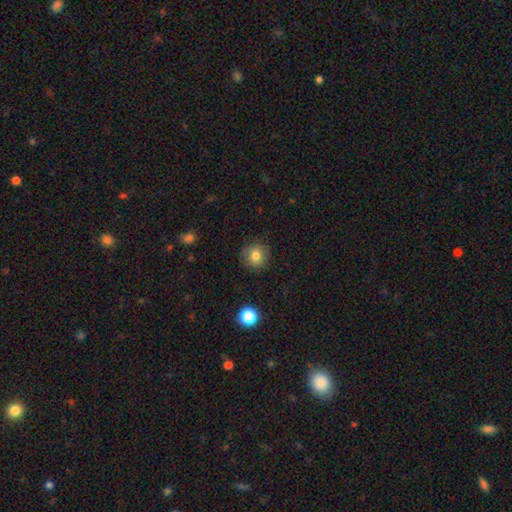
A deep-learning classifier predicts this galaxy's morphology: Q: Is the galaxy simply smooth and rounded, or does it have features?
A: smooth — 81%.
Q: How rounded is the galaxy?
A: round — 89%.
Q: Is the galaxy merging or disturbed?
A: none — 86%.